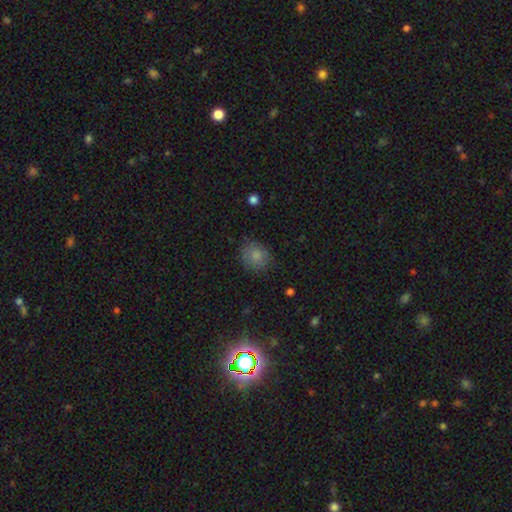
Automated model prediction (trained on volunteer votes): Smooth or featured?
  - smooth: 79% *
  - featured or disk: 11%
  - star or artifact: 10%
How rounded?
  - round: 70% *
  - in between: 29%
  - cigar-shaped: 1%
Merging?
  - none: 74% *
  - minor disturbance: 19%
  - major disturbance: 5%
  - merger: 1%